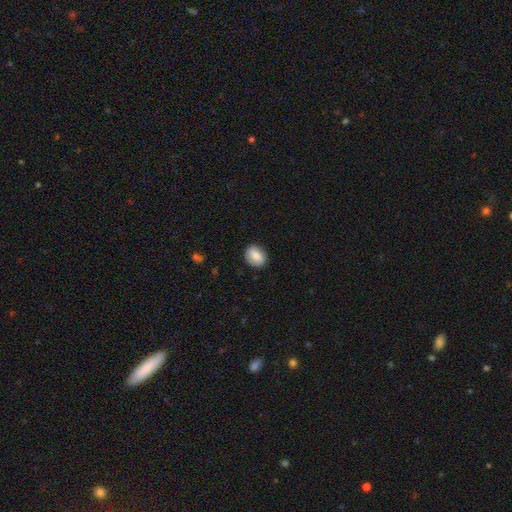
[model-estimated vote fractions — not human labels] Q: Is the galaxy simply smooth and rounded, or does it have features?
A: smooth — 80%.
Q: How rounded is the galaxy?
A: in between — 56%.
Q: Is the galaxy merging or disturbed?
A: none — 87%.